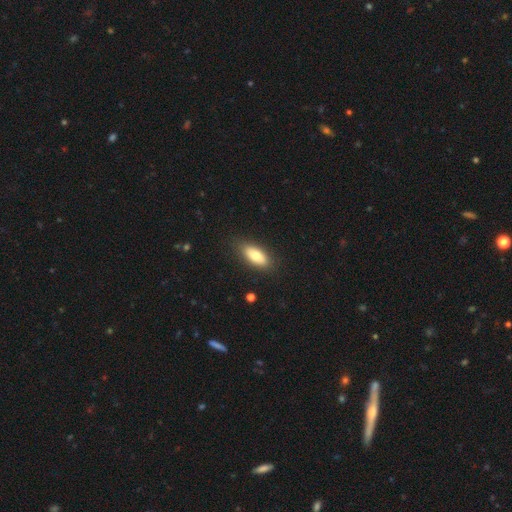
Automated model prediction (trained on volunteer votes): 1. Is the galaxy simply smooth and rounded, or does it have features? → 80% smooth, 13% featured or disk, 7% star or artifact.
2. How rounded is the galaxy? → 83% in between, 14% cigar-shaped, 2% round.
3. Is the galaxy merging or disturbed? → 84% none, 12% minor disturbance, 3% major disturbance, 1% merger.